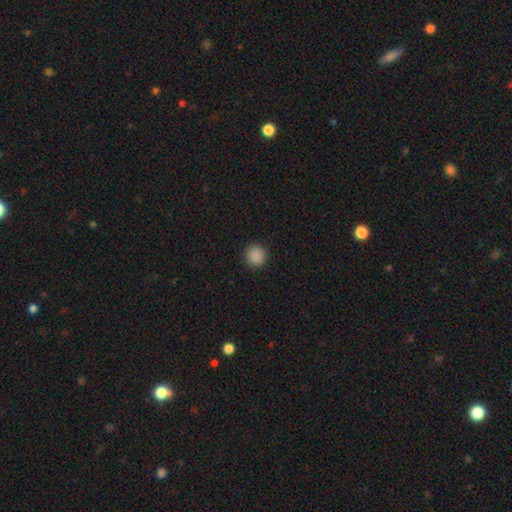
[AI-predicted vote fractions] Overall: smooth (88%). How rounded: round (94%). Merging: none (92%).